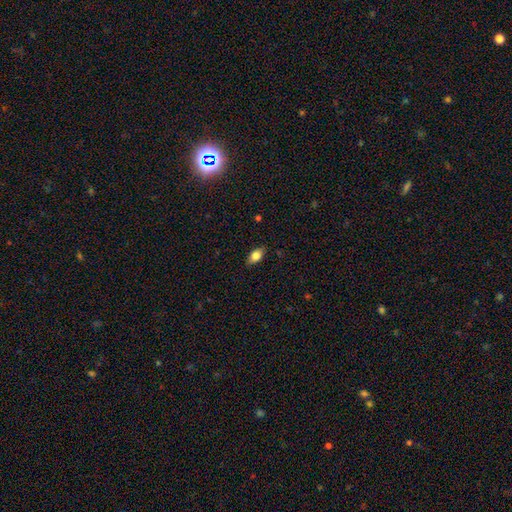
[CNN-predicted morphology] A smooth galaxy with no disk features (77%) that is in between round and cigar-shaped (87%).

Vote fractions:
- Smooth or featured? smooth: 77% / featured or disk: 15% / star or artifact: 8%
- How rounded? in between: 87% / round: 7% / cigar-shaped: 6%
- Merging? none: 85% / minor disturbance: 12% / major disturbance: 2% / merger: 1%